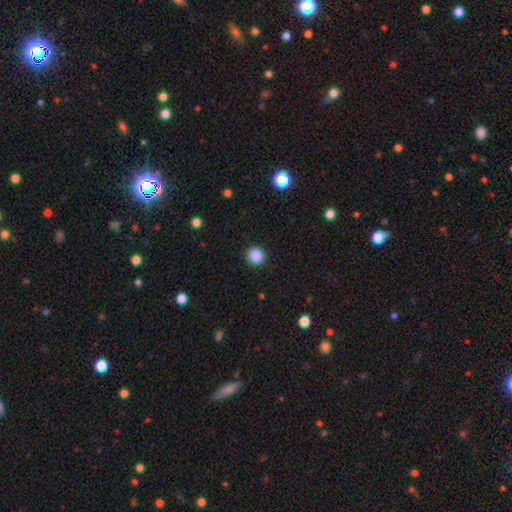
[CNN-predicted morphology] This appears to be a smooth galaxy with no disk features (88%) that is round (92%). Merging: none (91%).